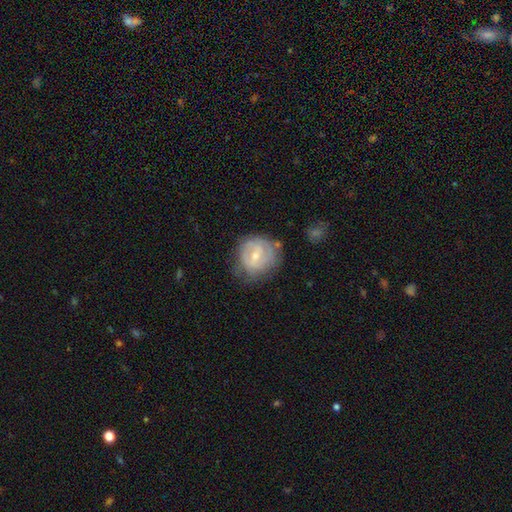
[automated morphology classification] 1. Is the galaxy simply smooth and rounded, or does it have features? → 57% featured or disk, 36% smooth, 7% star or artifact.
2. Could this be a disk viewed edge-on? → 97% no, 3% yes.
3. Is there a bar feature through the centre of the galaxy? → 51% weak, 36% no, 13% strong.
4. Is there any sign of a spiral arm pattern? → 65% yes, 35% no.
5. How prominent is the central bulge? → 53% small, 43% moderate, 2% none, 2% large, 1% dominant.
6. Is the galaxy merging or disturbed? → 57% none, 27% minor disturbance, 12% major disturbance, 4% merger.